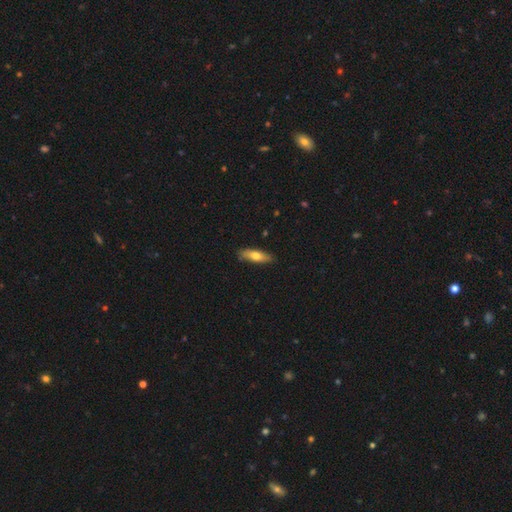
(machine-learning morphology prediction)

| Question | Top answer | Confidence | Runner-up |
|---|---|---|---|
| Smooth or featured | smooth | 65% | featured or disk (29%) |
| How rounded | cigar-shaped | 54% | in between (43%) |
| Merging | none | 83% | minor disturbance (13%) |